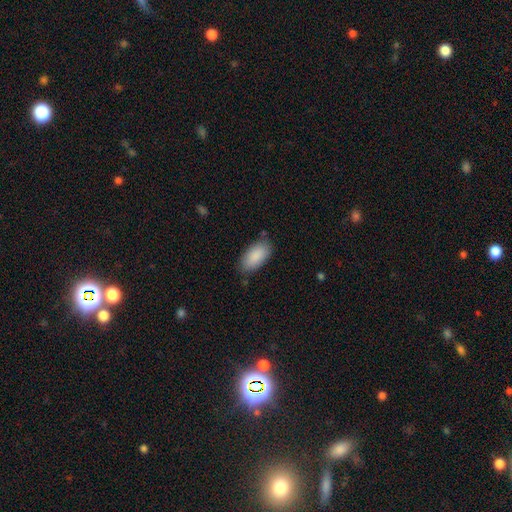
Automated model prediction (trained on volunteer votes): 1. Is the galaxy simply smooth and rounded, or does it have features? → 89% smooth, 6% star or artifact, 5% featured or disk.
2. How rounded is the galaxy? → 94% in between, 4% cigar-shaped, 2% round.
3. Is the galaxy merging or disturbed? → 78% none, 16% minor disturbance, 3% major disturbance, 2% merger.